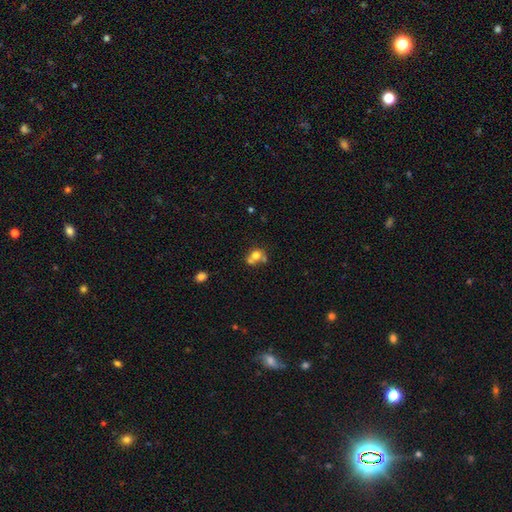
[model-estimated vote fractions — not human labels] smooth-or-featured: smooth: 68% | featured or disk: 19% | star or artifact: 13%
  how-rounded: round: 70% | in between: 29% | cigar-shaped: 1%
  merging: merger: 50% | none: 35% | minor disturbance: 10% | major disturbance: 5%